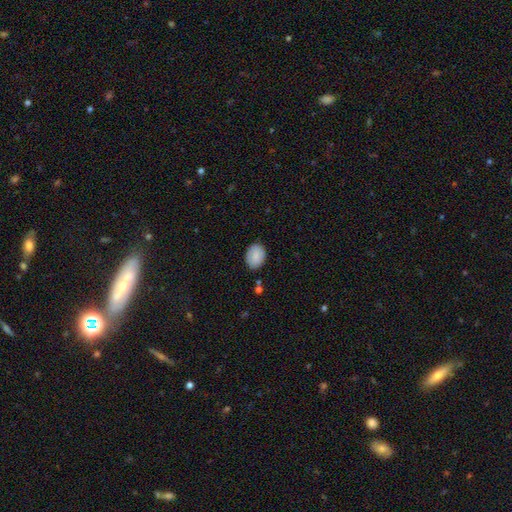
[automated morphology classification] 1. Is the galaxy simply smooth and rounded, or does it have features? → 83% smooth, 11% featured or disk, 7% star or artifact.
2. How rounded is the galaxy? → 75% in between, 24% round, 1% cigar-shaped.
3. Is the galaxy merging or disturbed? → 84% none, 12% minor disturbance, 2% major disturbance, 2% merger.